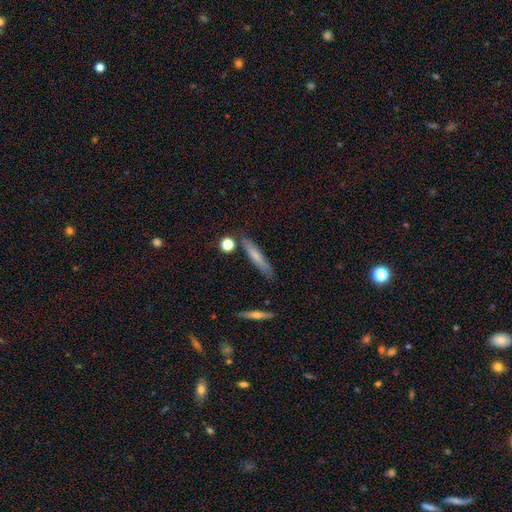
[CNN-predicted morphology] smooth-or-featured: smooth: 64% | featured or disk: 29% | star or artifact: 8%
  how-rounded: cigar-shaped: 86% | in between: 11% | round: 3%
  merging: none: 81% | minor disturbance: 12% | merger: 5% | major disturbance: 3%